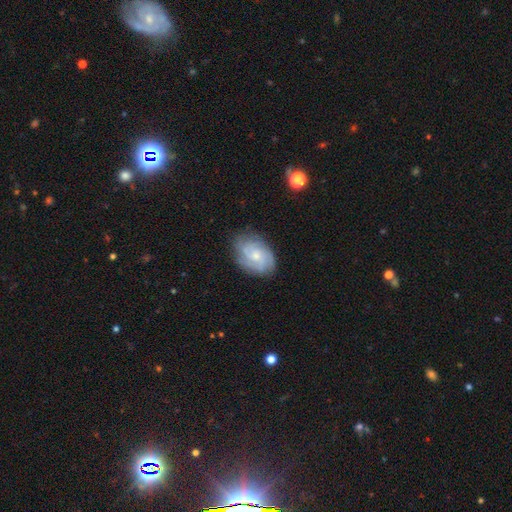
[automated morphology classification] smooth_or_featured: featured or disk (p=0.60) [alt: smooth p=0.32]
disk_edge_on: no (p=0.96) [alt: yes p=0.04]
bar: no (p=0.72) [alt: weak p=0.25]
has_spiral_arms: yes (p=0.86) [alt: no p=0.14]
spiral_winding: tight (p=0.54) [alt: medium p=0.34]
spiral_arm_count: can't tell (p=0.44) [alt: 3 p=0.19]
bulge_size: small (p=0.58) [alt: moderate p=0.35]
merging: none (p=0.74) [alt: minor disturbance p=0.19]